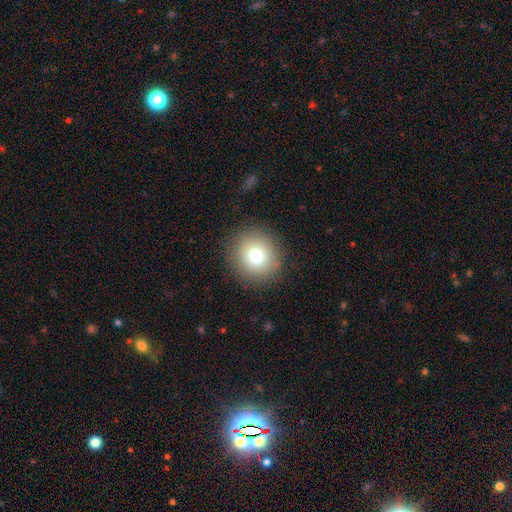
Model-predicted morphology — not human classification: This is likely a smooth galaxy (76%). How rounded: clearly round (90%). Merging: clearly none (89%).